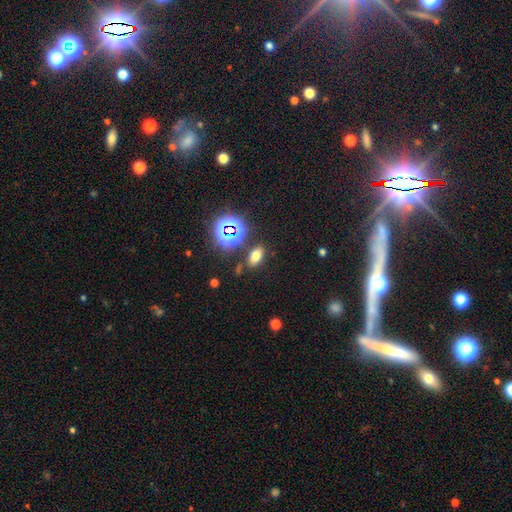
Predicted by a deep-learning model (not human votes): Morphology: type=smooth (62%); roundness=in between (83%); merging=none (83%).